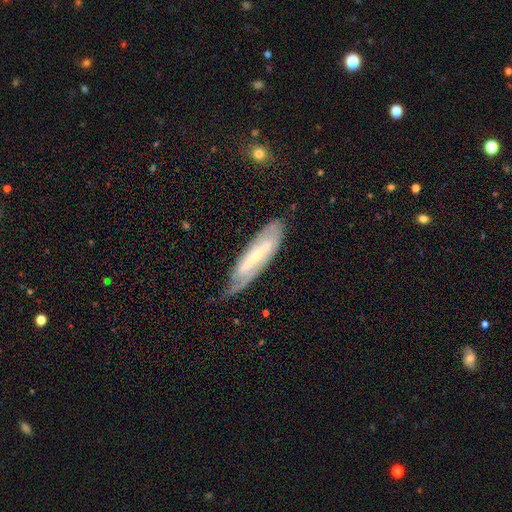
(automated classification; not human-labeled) Smooth or featured?
  - featured or disk: 75% *
  - smooth: 19%
  - star or artifact: 6%
Edge-on disk?
  - no: 77% *
  - yes: 23%
Bar?
  - strong: 41% *
  - weak: 34%
  - no: 24%
Spiral arms?
  - yes: 84% *
  - no: 16%
Bulge size?
  - small: 70% *
  - moderate: 24%
  - none: 3%
  - large: 2%
  - dominant: 1%
Merging?
  - none: 58% *
  - minor disturbance: 29%
  - major disturbance: 11%
  - merger: 2%